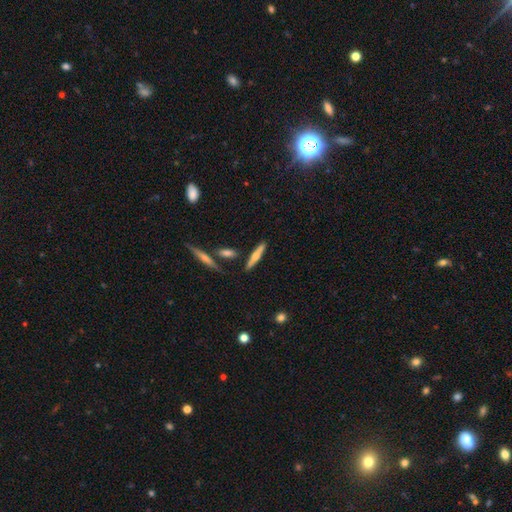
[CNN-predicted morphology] featured or disk 51%, smooth 43%, star or artifact 7%. Down the decision tree: edge-on disk — yes (94%); merging — none (81%).